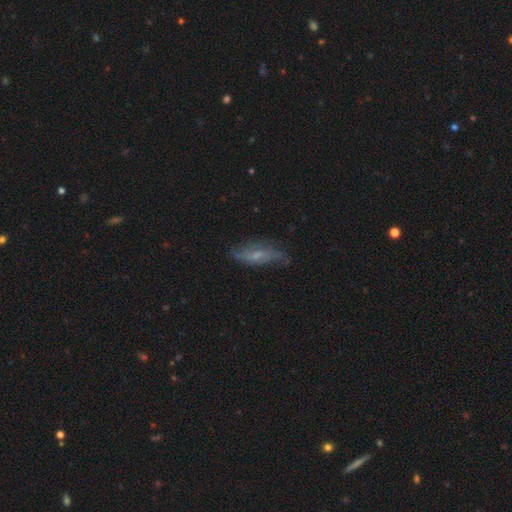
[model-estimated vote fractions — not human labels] Smooth or featured?
  - featured or disk: 54% *
  - smooth: 36%
  - star or artifact: 10%
Edge-on disk?
  - no: 72% *
  - yes: 28%
Merging?
  - none: 62% *
  - minor disturbance: 26%
  - major disturbance: 10%
  - merger: 2%